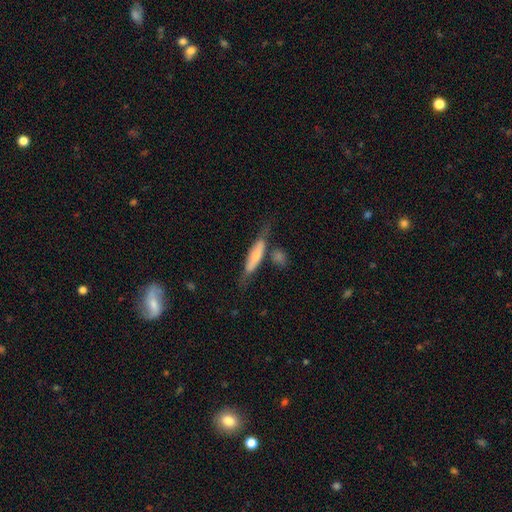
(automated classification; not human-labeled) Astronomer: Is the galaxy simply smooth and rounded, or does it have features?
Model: smooth — 53% (runner-up: featured or disk, 41%).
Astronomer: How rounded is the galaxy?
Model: cigar-shaped — 77%.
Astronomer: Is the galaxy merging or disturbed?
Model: none — 56%.